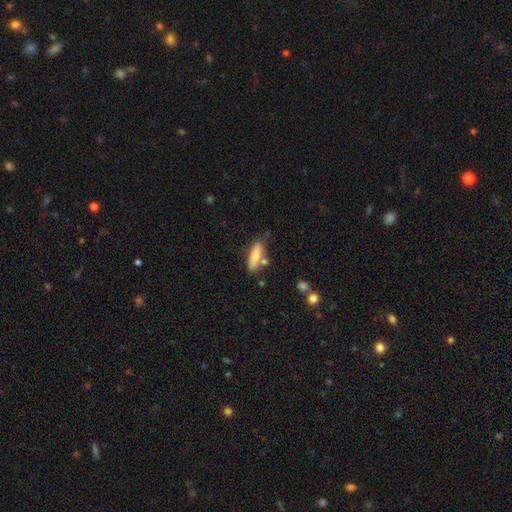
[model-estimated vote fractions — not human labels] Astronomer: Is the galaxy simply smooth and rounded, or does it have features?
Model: smooth — 66%.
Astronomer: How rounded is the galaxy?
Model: in between — 55% (runner-up: cigar-shaped, 42%).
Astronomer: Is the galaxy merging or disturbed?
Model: none — 63%.